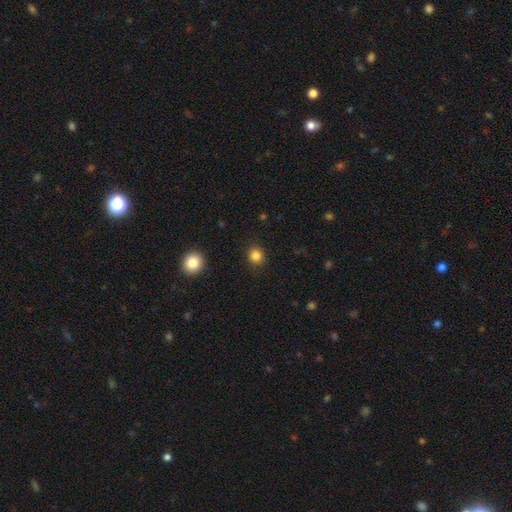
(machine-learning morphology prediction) smooth 84%, star or artifact 12%, featured or disk 4%. Down the decision tree: how rounded — round (83%); merging — none (90%).